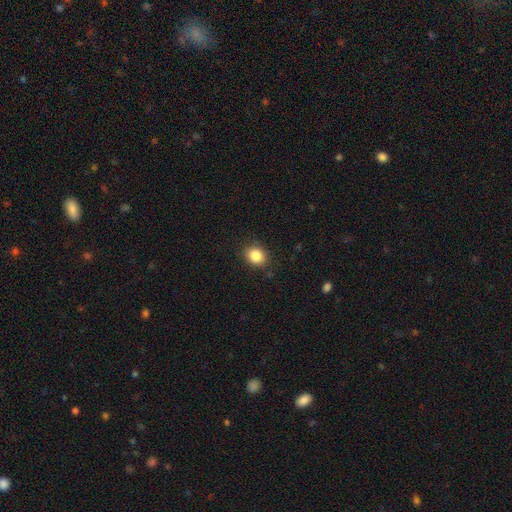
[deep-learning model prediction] This is clearly a smooth galaxy (85%). How rounded: likely round (63%). Merging: clearly none (87%).